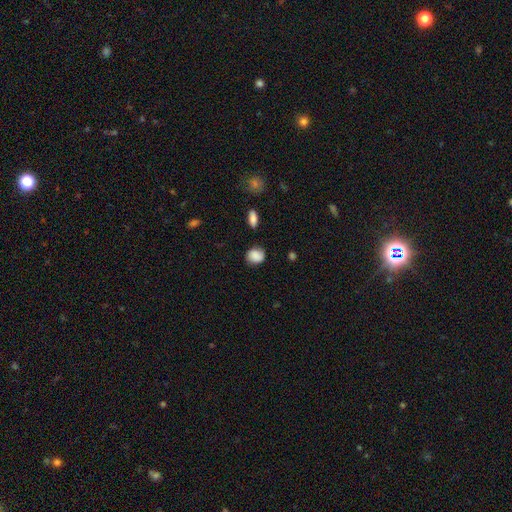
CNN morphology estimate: Smooth or featured? smooth (82%)
How rounded? round (67%)
Merging? none (75%)